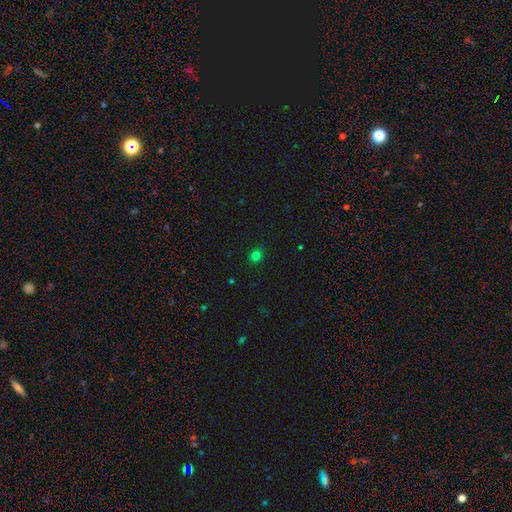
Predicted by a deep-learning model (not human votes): Morphology: type=smooth (77%); roundness=round (68%); merging=none (88%).